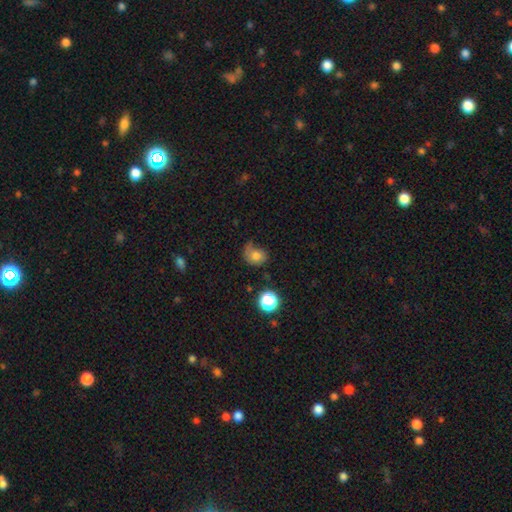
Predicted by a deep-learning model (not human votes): Smooth or featured?
  - smooth: 71% *
  - featured or disk: 16%
  - star or artifact: 13%
How rounded?
  - round: 62% *
  - in between: 37%
  - cigar-shaped: 1%
Merging?
  - none: 42% *
  - minor disturbance: 32%
  - major disturbance: 20%
  - merger: 5%